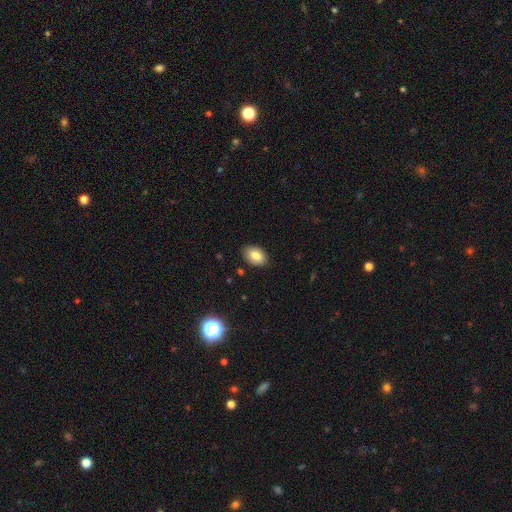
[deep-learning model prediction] Smooth or featured: smooth — 82% (featured or disk — 10%)
How rounded: in between — 86% (round — 13%)
Merging: none — 86% (minor disturbance — 11%)